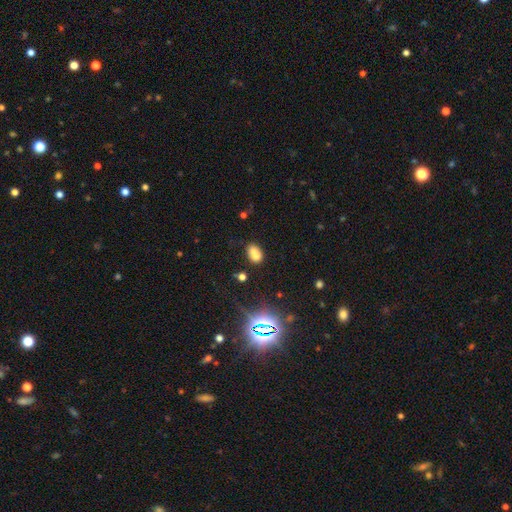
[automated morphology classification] The model was most divided on "merging": merger: 48%, none: 35%, minor disturbance: 12%, major disturbance: 5%. More confident: smooth or featured — smooth (67%); how rounded — in between (66%).